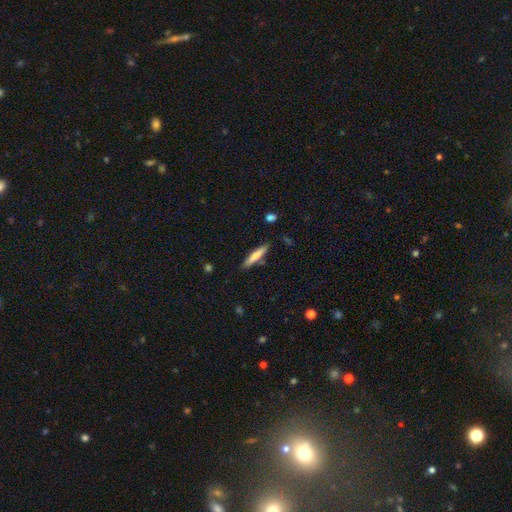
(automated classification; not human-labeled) Smooth or featured? Predicted: smooth (p=0.72). How rounded? Predicted: cigar-shaped (p=0.89). Merging? Predicted: none (p=0.85).